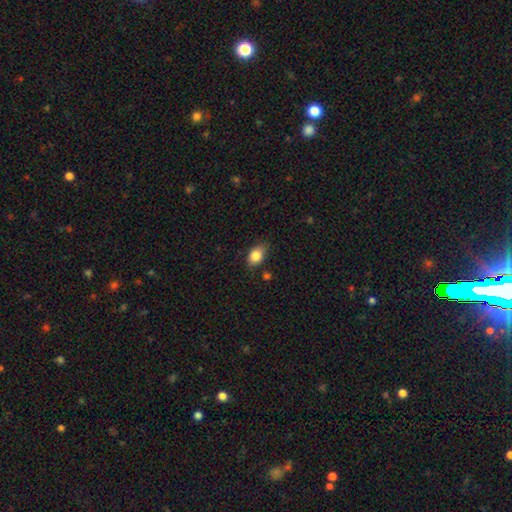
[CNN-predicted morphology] smooth_or_featured: smooth (p=0.85) [alt: star or artifact p=0.08]
how_rounded: in between (p=0.83) [alt: round p=0.16]
merging: none (p=0.76) [alt: minor disturbance p=0.18]